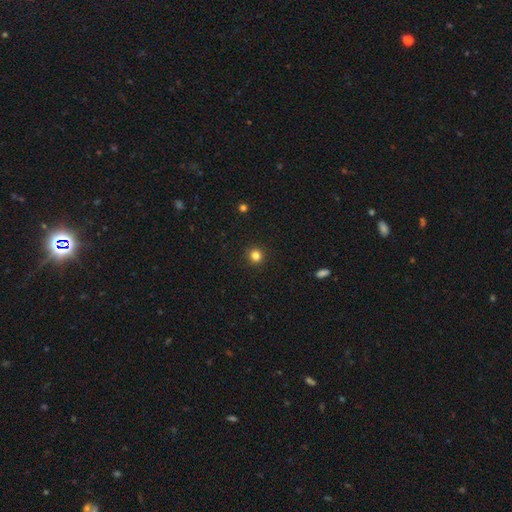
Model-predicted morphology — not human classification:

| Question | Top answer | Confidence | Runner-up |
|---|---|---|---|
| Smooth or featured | smooth | 82% | star or artifact (13%) |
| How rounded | round | 93% | in between (6%) |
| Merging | none | 92% | minor disturbance (5%) |